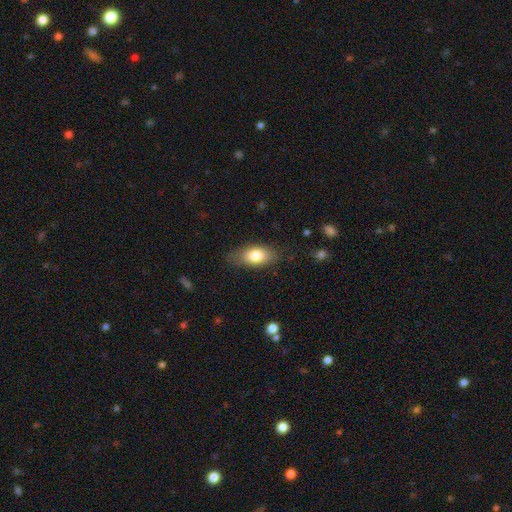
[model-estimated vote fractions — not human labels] smooth-or-featured: smooth: 79% | featured or disk: 14% | star or artifact: 7%
  how-rounded: in between: 88% | cigar-shaped: 7% | round: 6%
  merging: none: 75% | minor disturbance: 18% | major disturbance: 5% | merger: 1%